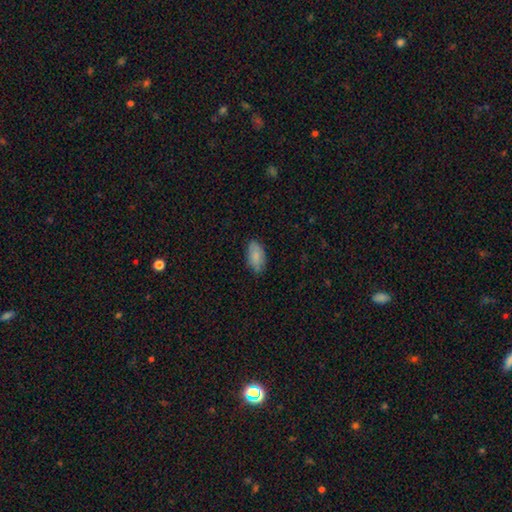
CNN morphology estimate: Smooth or featured? Predicted: smooth (p=0.86). How rounded? Predicted: in between (p=0.94). Merging? Predicted: none (p=0.77).